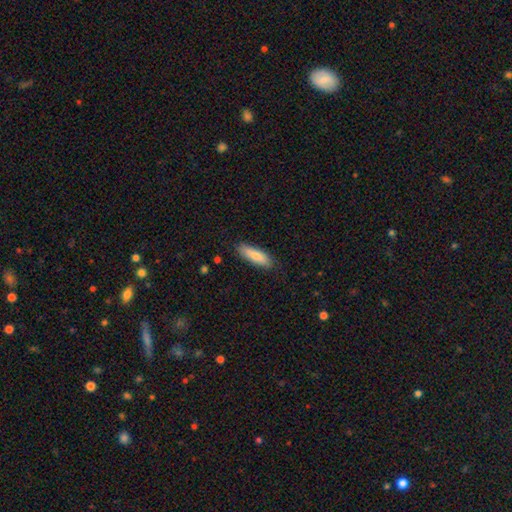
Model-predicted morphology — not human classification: smooth 80%, featured or disk 14%, star or artifact 6%. Down the decision tree: how rounded — cigar-shaped (51%); merging — none (85%).